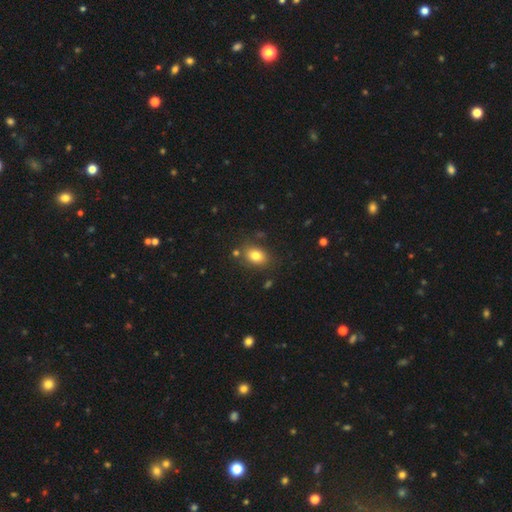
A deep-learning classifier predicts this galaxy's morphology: Q: Smooth or featured?
A: smooth (80%); runner-up: star or artifact (10%)
Q: How rounded?
A: in between (73%); runner-up: round (25%)
Q: Merging?
A: none (79%); runner-up: minor disturbance (13%)